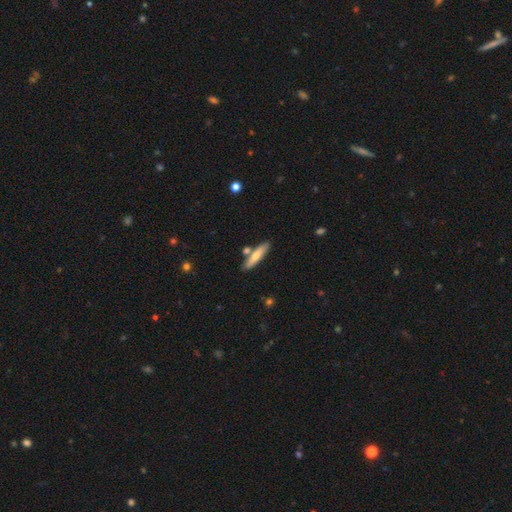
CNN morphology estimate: type=smooth (68%); roundness=cigar-shaped (81%); merging=none (77%).